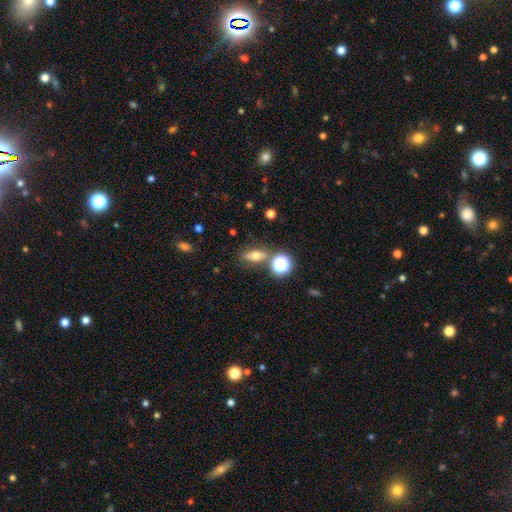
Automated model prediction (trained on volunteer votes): This is possibly a smooth galaxy (58%). How rounded: possibly in between (57%). Merging: likely none (74%).